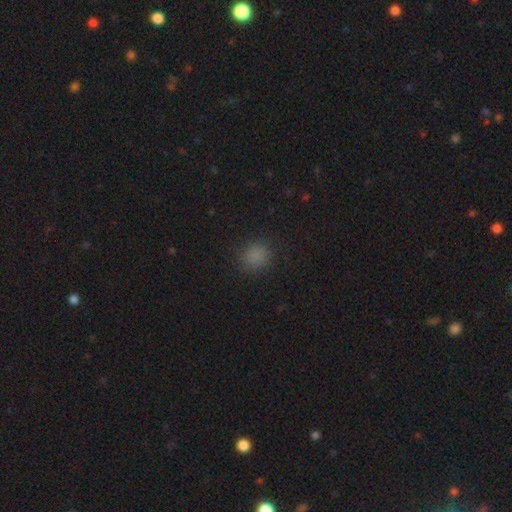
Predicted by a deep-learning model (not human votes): smooth 82%, star or artifact 15%, featured or disk 4%. Down the decision tree: how rounded — round (80%); merging — none (87%).